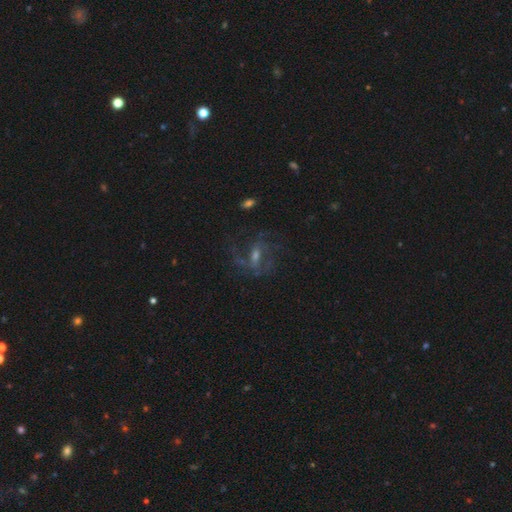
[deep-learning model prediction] smooth_or_featured: featured or disk (p=0.71) [alt: star or artifact p=0.16]
disk_edge_on: no (p=0.93) [alt: yes p=0.07]
bar: weak (p=0.46) [alt: no p=0.30]
has_spiral_arms: yes (p=0.84) [alt: no p=0.16]
spiral_winding: medium (p=0.43) [alt: loose p=0.40]
spiral_arm_count: 2 (p=0.40) [alt: can't tell p=0.28]
bulge_size: moderate (p=0.43) [alt: small p=0.42]
merging: none (p=0.57) [alt: major disturbance p=0.24]